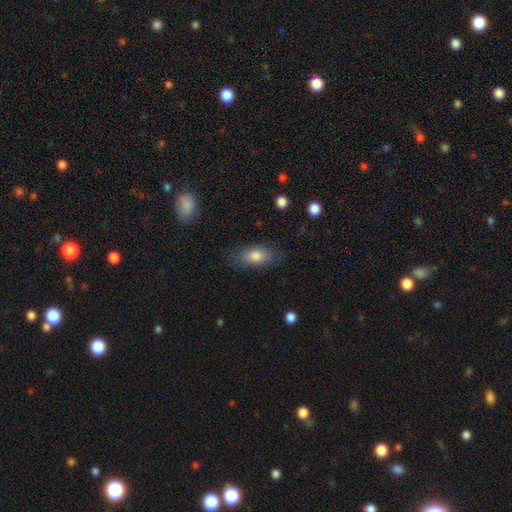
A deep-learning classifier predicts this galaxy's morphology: Smooth or featured? Predicted: smooth (p=0.80). How rounded? Predicted: in between (p=0.87). Merging? Predicted: none (p=0.76).